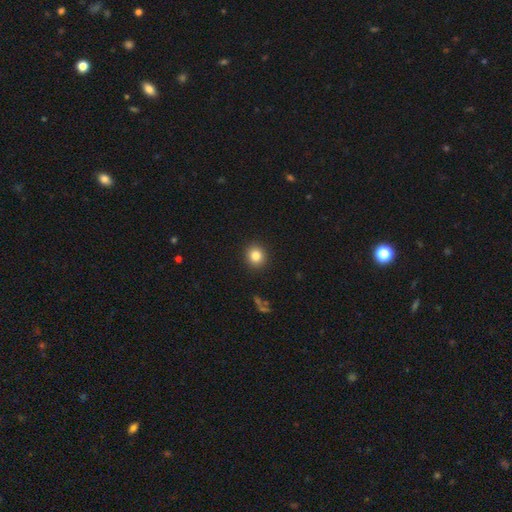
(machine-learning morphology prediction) smooth-or-featured: smooth: 83% | star or artifact: 11% | featured or disk: 6%
  how-rounded: round: 89% | in between: 10% | cigar-shaped: 1%
  merging: none: 92% | minor disturbance: 5% | major disturbance: 2% | merger: 1%